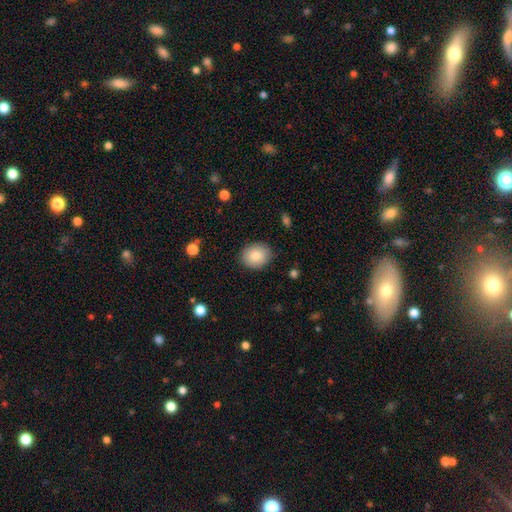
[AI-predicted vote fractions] This is clearly a smooth galaxy (85%). How rounded: possibly round (55%). Merging: clearly none (87%).